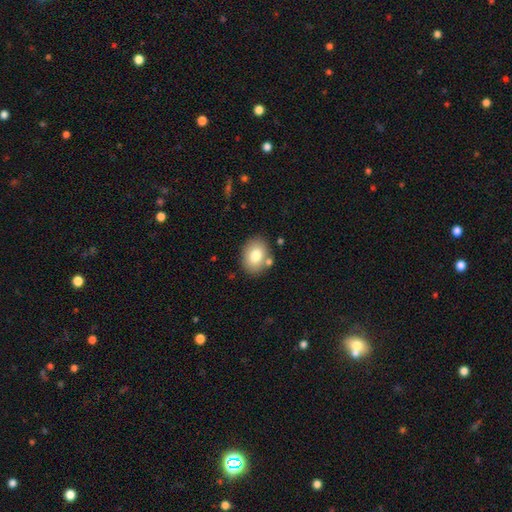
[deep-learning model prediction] This appears to be a smooth galaxy with no disk features (77%) that is in between round and cigar-shaped (63%). Merging: none (79%).